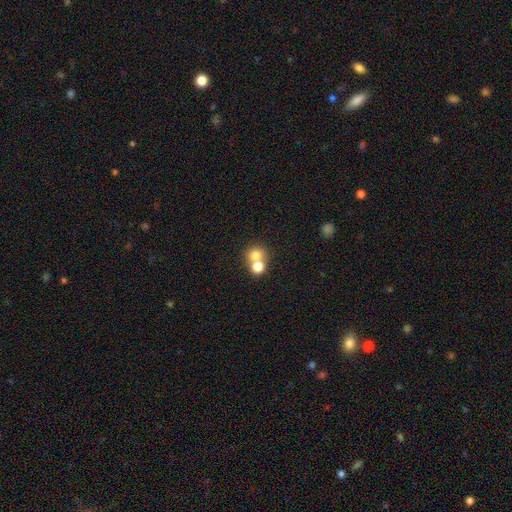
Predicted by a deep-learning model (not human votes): This is likely a smooth galaxy (74%). How rounded: clearly round (81%). Merging: possibly merger (54%).